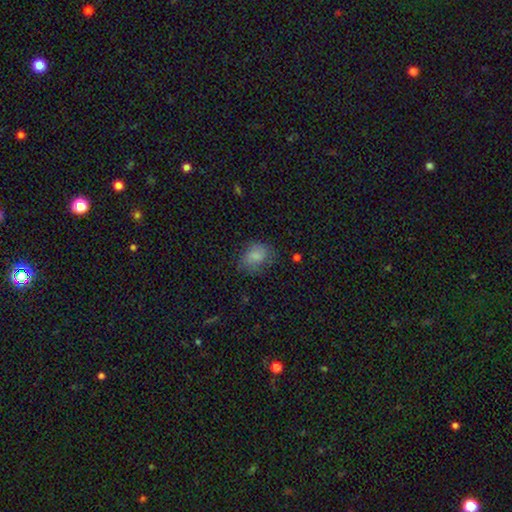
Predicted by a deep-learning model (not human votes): Smooth or featured?
  - smooth: 77% *
  - featured or disk: 13%
  - star or artifact: 9%
How rounded?
  - in between: 63% *
  - round: 36%
  - cigar-shaped: 1%
Merging?
  - none: 64% *
  - minor disturbance: 25%
  - major disturbance: 10%
  - merger: 2%